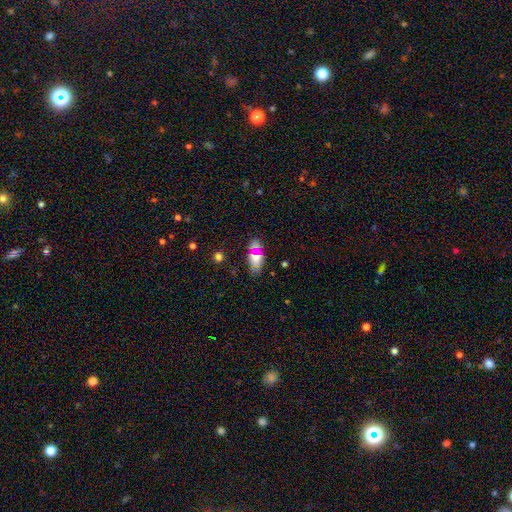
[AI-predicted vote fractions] Smooth or featured? Predicted: smooth (p=0.60). How rounded? Predicted: in between (p=0.84). Merging? Predicted: none (p=0.69).